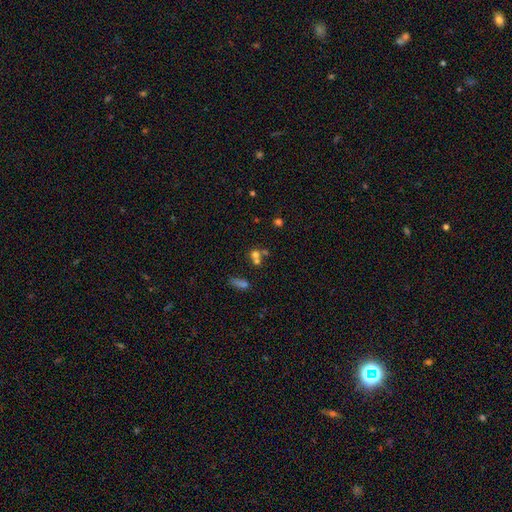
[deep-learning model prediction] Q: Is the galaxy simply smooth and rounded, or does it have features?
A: smooth — 62%.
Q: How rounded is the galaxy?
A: round — 76%.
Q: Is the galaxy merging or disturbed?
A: merger — 49%.